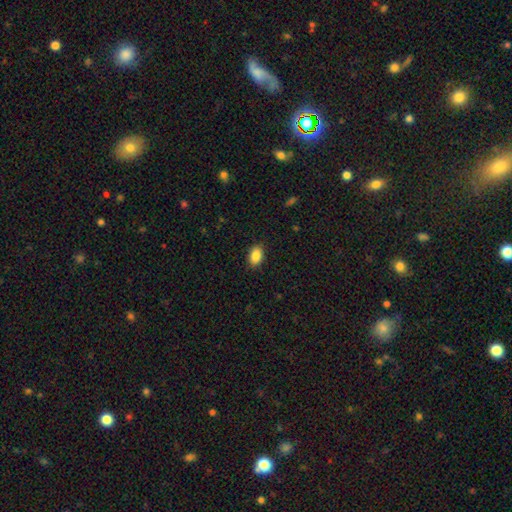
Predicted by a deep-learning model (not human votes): This appears to be a smooth galaxy with no disk features (88%) that is in between round and cigar-shaped (88%). Merging: none (88%).